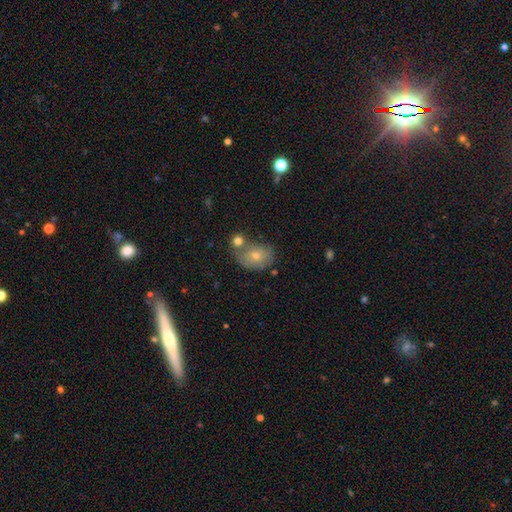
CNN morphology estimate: Smooth or featured?
  - smooth: 54% *
  - featured or disk: 32%
  - star or artifact: 14%
How rounded?
  - in between: 60% *
  - round: 39%
  - cigar-shaped: 2%
Merging?
  - none: 57% *
  - merger: 20%
  - minor disturbance: 17%
  - major disturbance: 6%